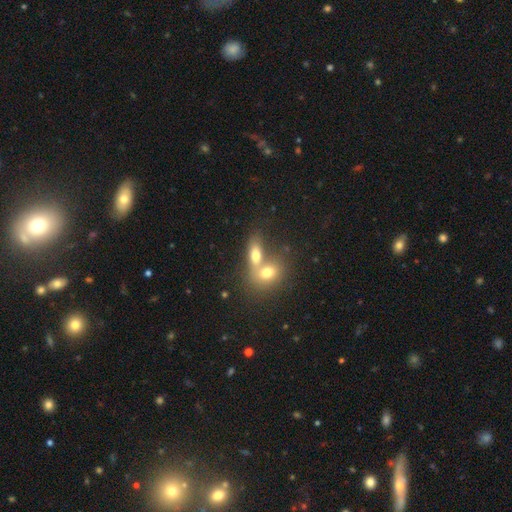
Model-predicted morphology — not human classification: smooth-or-featured: smooth: 70% | featured or disk: 21% | star or artifact: 9%
  how-rounded: in between: 74% | round: 18% | cigar-shaped: 9%
  merging: merger: 64% | none: 26% | minor disturbance: 7% | major disturbance: 4%